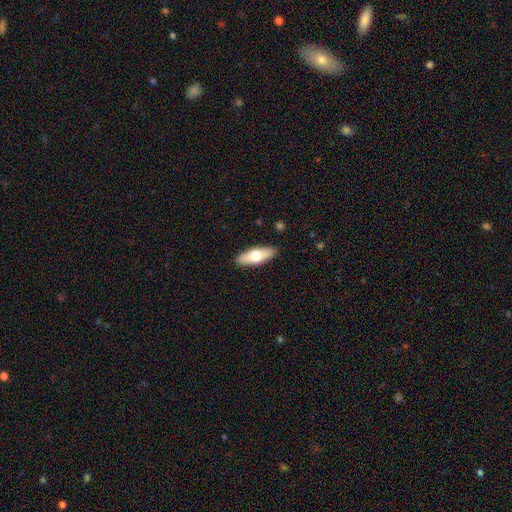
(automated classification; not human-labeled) Overall: smooth (64%; featured or disk 31%). How rounded: in between (65%; cigar-shaped 32%). Merging: none (89%).